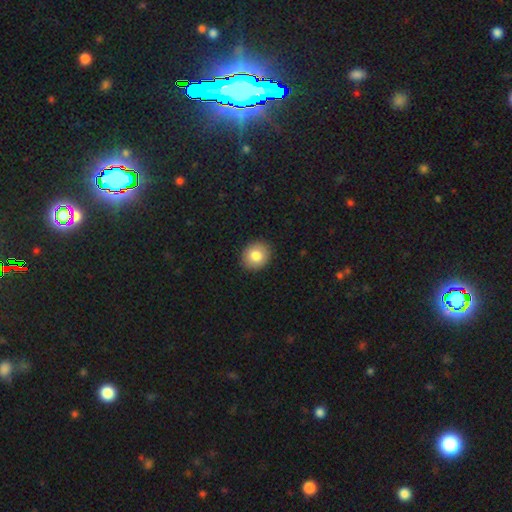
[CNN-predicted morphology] smooth 83%, featured or disk 9%, star or artifact 9%. Down the decision tree: how rounded — round (75%); merging — none (91%).